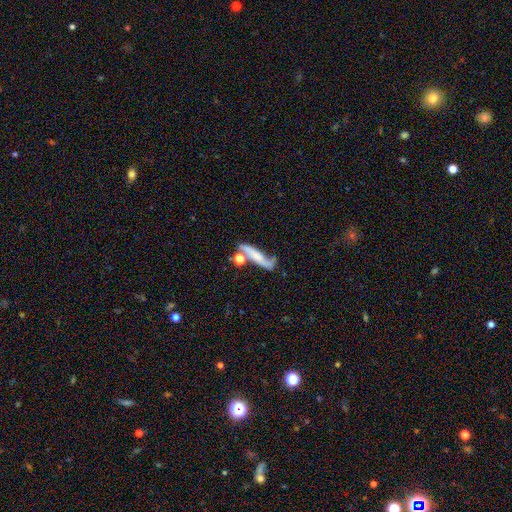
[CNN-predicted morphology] Smooth or featured?
  - featured or disk: 56% *
  - smooth: 34%
  - star or artifact: 10%
Edge-on disk?
  - no: 70% *
  - yes: 30%
Merging?
  - none: 46% *
  - merger: 21%
  - minor disturbance: 20%
  - major disturbance: 13%